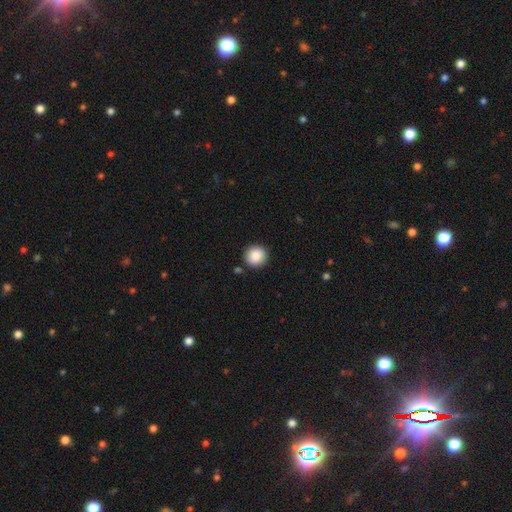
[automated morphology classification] Smooth or featured? smooth (88%)
How rounded? round (93%)
Merging? none (89%)